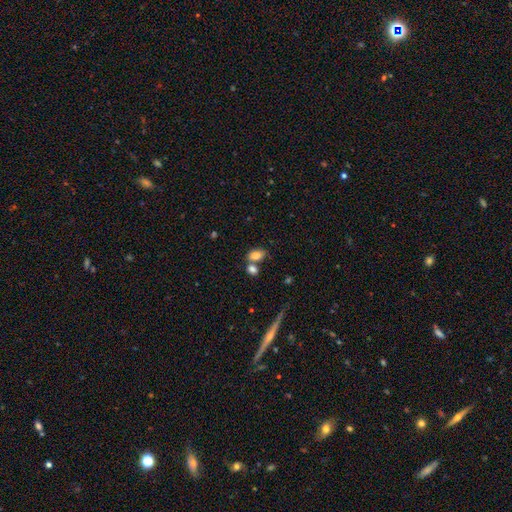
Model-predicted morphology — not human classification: Q: Smooth or featured?
A: smooth (81%); runner-up: featured or disk (10%)
Q: How rounded?
A: in between (86%); runner-up: round (12%)
Q: Merging?
A: none (49%); runner-up: merger (36%)